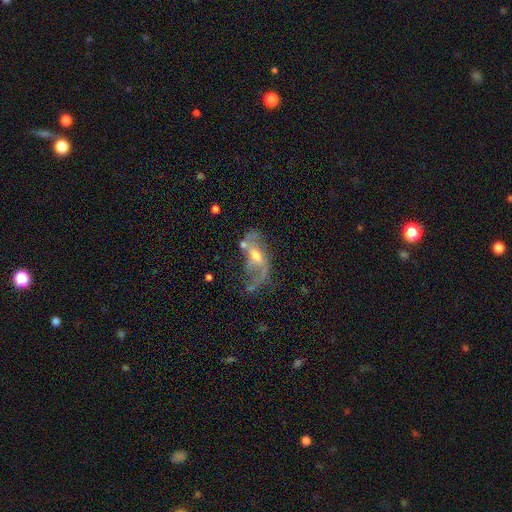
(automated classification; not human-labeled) A featured or disk galaxy (79%) with a weak bar (47%), 2 (74%) loose (73%) spiral arms (85%) and a moderate central bulge (54%).

Vote fractions:
- Smooth or featured? featured or disk: 79% / smooth: 13% / star or artifact: 8%
- Edge-on disk? no: 94% / yes: 6%
- Bar? weak: 47% / no: 36% / strong: 17%
- Spiral arms? yes: 85% / no: 15%
- Spiral winding? loose: 73% / medium: 21% / tight: 6%
- Spiral arm count? 2: 74% / 1: 17% / can't tell: 7% / 3: 1% / 4: 1% / more than 4: 1%
- Bulge size? moderate: 54% / small: 36% / large: 5% / none: 4% / dominant: 1%
- Merging? none: 41% / major disturbance: 25% / minor disturbance: 20% / merger: 13%